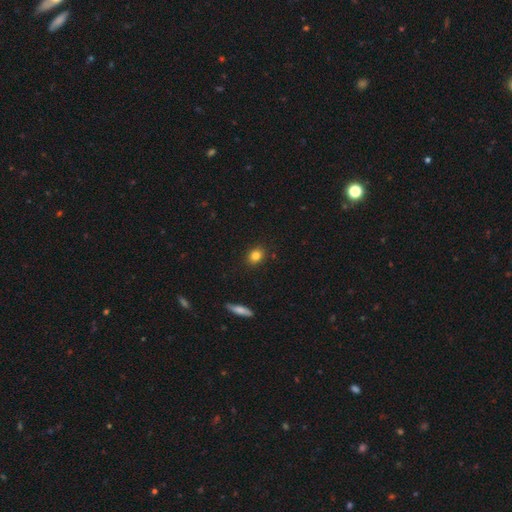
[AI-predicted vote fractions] Overall: smooth (83%). How rounded: round (52%; in between 46%). Merging: none (89%).